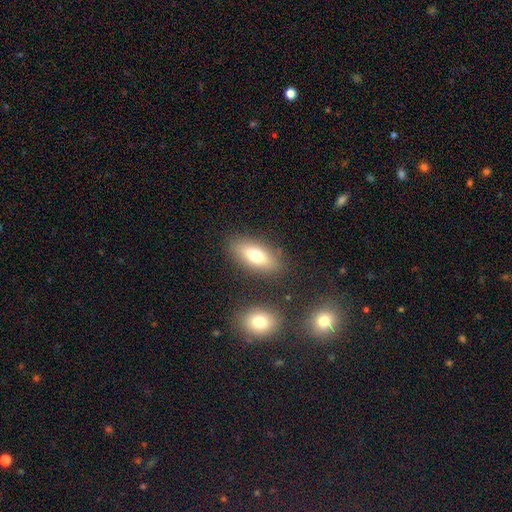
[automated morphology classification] Smooth or featured: smooth — 70% (featured or disk — 22%)
How rounded: in between — 77% (cigar-shaped — 20%)
Merging: none — 82% (minor disturbance — 10%)